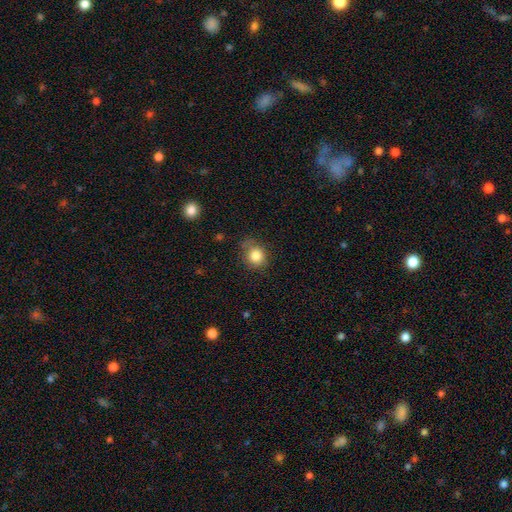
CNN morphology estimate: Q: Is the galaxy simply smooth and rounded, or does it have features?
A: smooth — 83%.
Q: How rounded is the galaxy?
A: round — 71%.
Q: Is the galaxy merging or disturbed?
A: none — 64%.